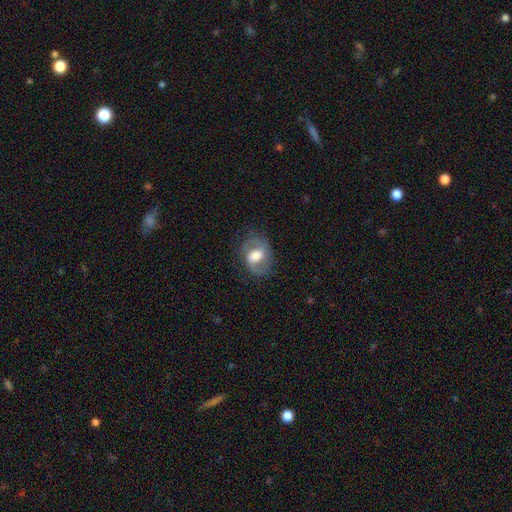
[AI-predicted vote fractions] A featured or disk galaxy (73%) with a weak bar (48%), 2 (87%) medium (53%) spiral arms (89%) and a moderate central bulge (49%). Merging: none (73%).